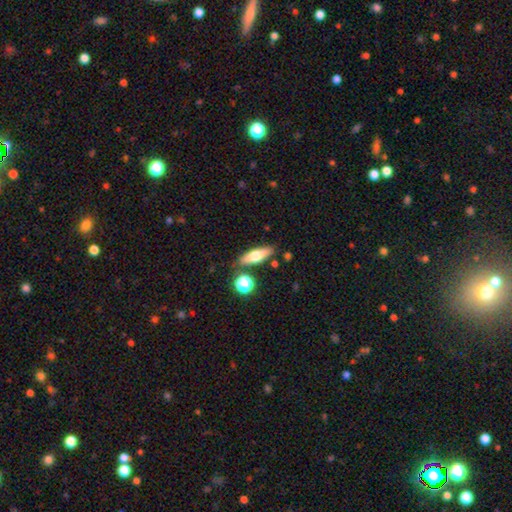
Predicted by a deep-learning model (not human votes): This is possibly a smooth galaxy (59%). How rounded: possibly in between (52%). Merging: likely none (80%).